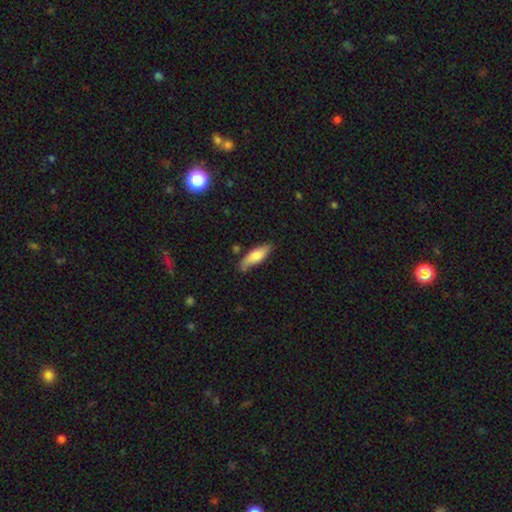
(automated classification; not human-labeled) Smooth or featured?
  - smooth: 73% *
  - featured or disk: 21%
  - star or artifact: 6%
How rounded?
  - in between: 56% *
  - cigar-shaped: 42%
  - round: 2%
Merging?
  - none: 75% *
  - minor disturbance: 19%
  - major disturbance: 3%
  - merger: 3%